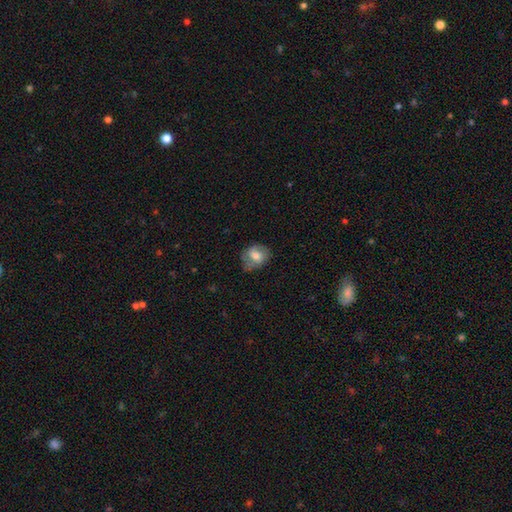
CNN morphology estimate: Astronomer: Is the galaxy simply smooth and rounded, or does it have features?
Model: smooth — 66%.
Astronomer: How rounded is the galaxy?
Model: in between — 51% (runner-up: round, 47%).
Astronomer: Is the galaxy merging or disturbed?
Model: none — 53% (runner-up: minor disturbance, 32%).